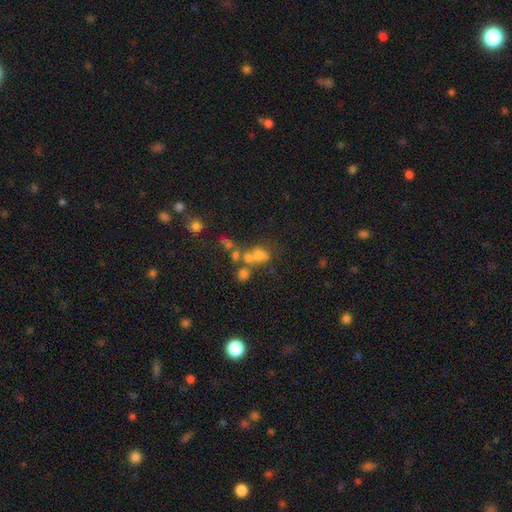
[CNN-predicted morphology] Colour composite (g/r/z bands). It shows a smooth galaxy with no disk features (51%) that is round (56%). Merging: merger (44%).